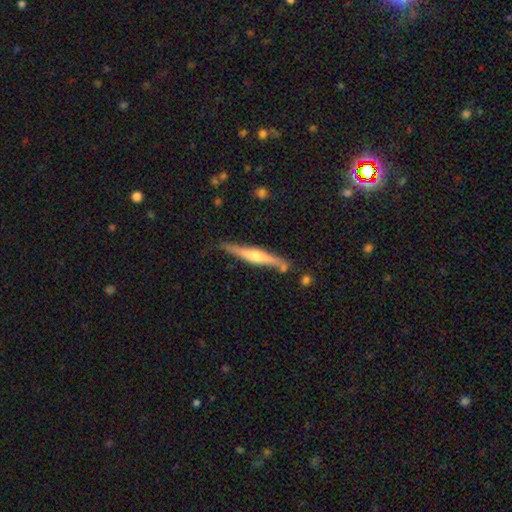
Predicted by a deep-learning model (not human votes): smooth_or_featured: featured or disk (p=0.67) [alt: smooth p=0.27]
disk_edge_on: yes (p=0.96) [alt: no p=0.04]
edge_on_bulge: rounded (p=0.81) [alt: none p=0.10]
merging: none (p=0.80) [alt: minor disturbance p=0.13]